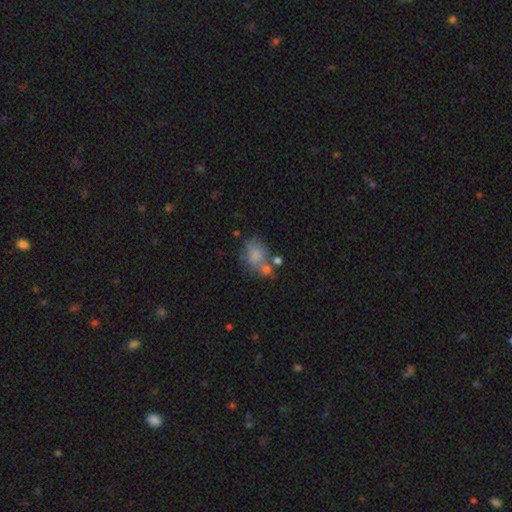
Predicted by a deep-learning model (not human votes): A smooth galaxy with no disk features (69%) that is in between round and cigar-shaped (58%).

Vote fractions:
- Smooth or featured? smooth: 69% / featured or disk: 19% / star or artifact: 11%
- How rounded? in between: 58% / round: 40% / cigar-shaped: 1%
- Merging? none: 43% / merger: 24% / minor disturbance: 21% / major disturbance: 12%